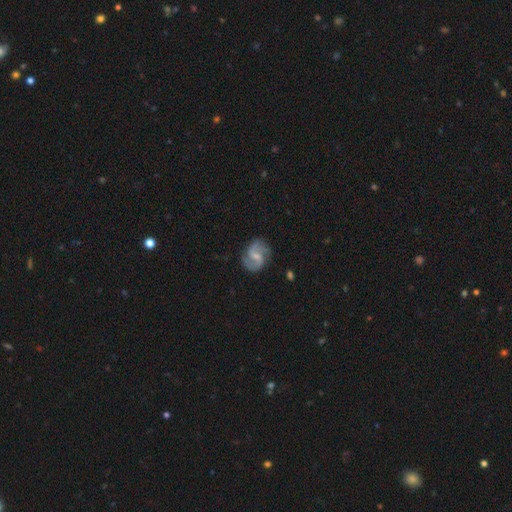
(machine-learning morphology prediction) Smooth or featured? Predicted: featured or disk (p=0.85). Edge-on disk? Predicted: no (p=0.98). Bar? Predicted: weak (p=0.58). Spiral arms? Predicted: yes (p=0.96). Spiral winding? Predicted: medium (p=0.52). Spiral arm count? Predicted: 2 (p=0.90). Bulge size? Predicted: small (p=0.54). Merging? Predicted: none (p=0.76).